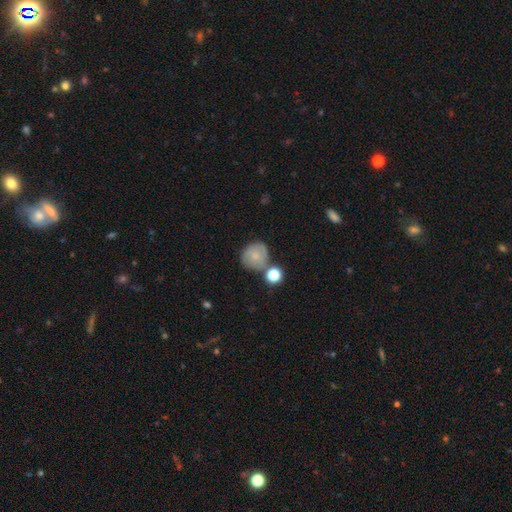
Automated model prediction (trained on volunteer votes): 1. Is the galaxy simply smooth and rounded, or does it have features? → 69% smooth, 21% featured or disk, 10% star or artifact.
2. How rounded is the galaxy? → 83% round, 16% in between, 1% cigar-shaped.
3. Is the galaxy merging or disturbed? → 55% none, 20% minor disturbance, 18% merger, 6% major disturbance.